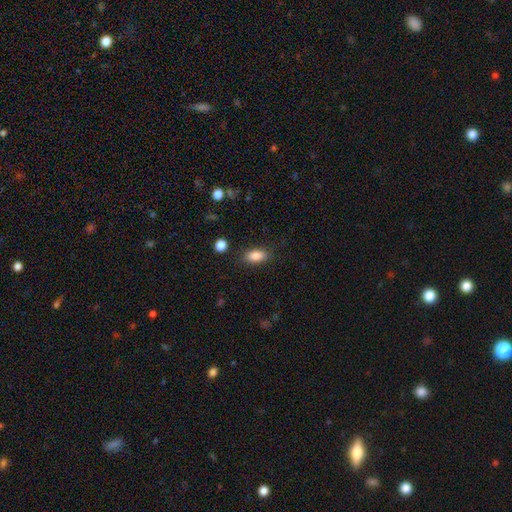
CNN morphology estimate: This appears to be a smooth galaxy with no disk features (86%) that is in between round and cigar-shaped (86%). Merging: none (85%).